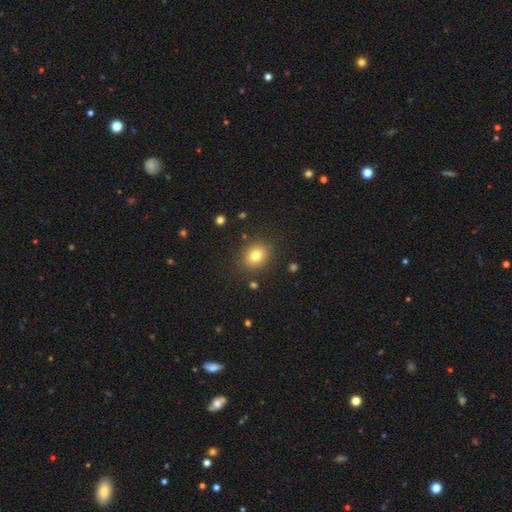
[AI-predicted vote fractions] Smooth or featured? smooth (78%)
How rounded? round (63%)
Merging? none (86%)